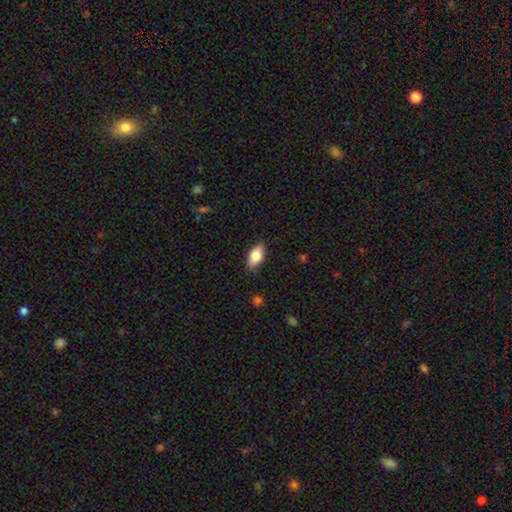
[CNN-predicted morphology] Smooth or featured?
  - smooth: 77% *
  - featured or disk: 16%
  - star or artifact: 7%
How rounded?
  - in between: 87% *
  - cigar-shaped: 8%
  - round: 5%
Merging?
  - none: 82% *
  - minor disturbance: 14%
  - major disturbance: 3%
  - merger: 1%